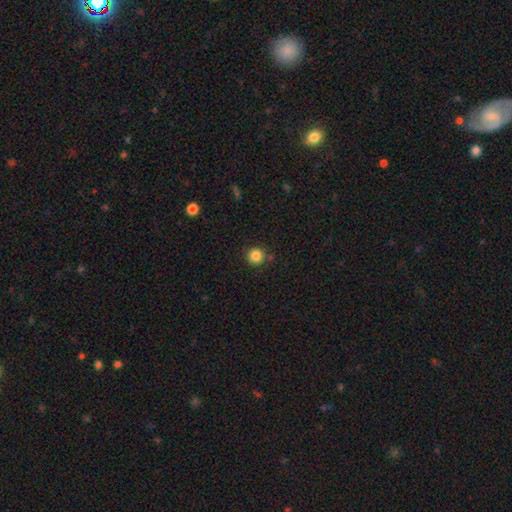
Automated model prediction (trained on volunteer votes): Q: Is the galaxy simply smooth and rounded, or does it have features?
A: smooth — 85%.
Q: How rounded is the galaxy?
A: round — 95%.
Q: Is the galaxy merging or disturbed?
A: none — 87%.